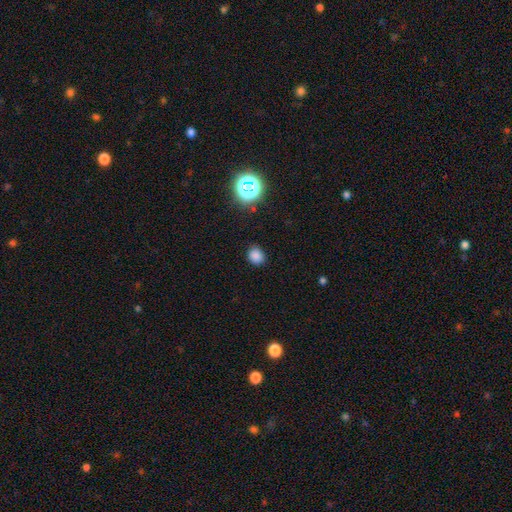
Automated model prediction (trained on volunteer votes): smooth_or_featured: smooth (p=0.80) [alt: star or artifact p=0.16]
how_rounded: round (p=0.60) [alt: in between p=0.39]
merging: none (p=0.85) [alt: minor disturbance p=0.11]